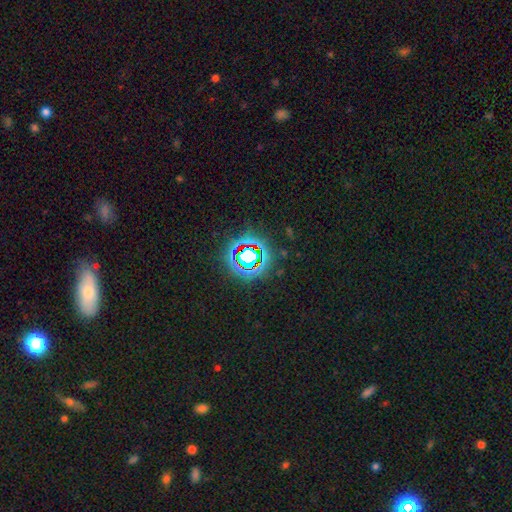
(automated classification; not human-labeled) Overall: star or artifact (78%).